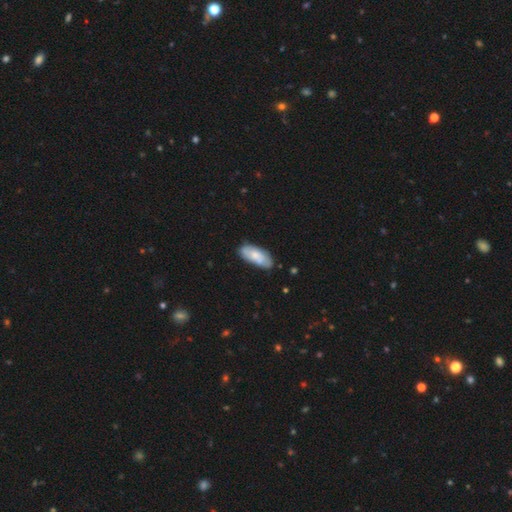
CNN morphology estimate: smooth-or-featured: smooth: 64% | featured or disk: 30% | star or artifact: 6%
  how-rounded: in between: 84% | cigar-shaped: 14% | round: 2%
  merging: none: 73% | minor disturbance: 20% | major disturbance: 4% | merger: 3%